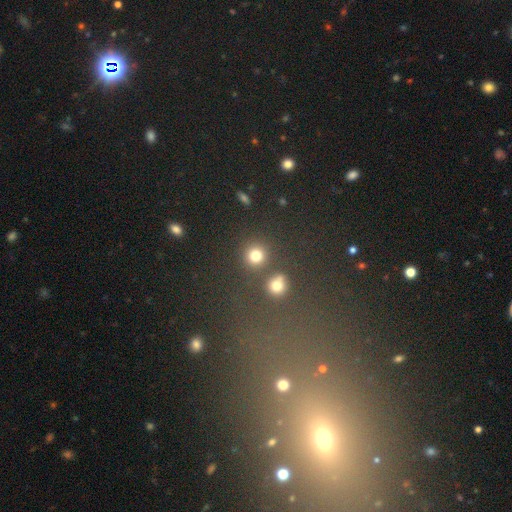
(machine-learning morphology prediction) Smooth or featured?
  - smooth: 78% *
  - star or artifact: 17%
  - featured or disk: 6%
How rounded?
  - round: 91% *
  - in between: 8%
  - cigar-shaped: 1%
Merging?
  - none: 78% *
  - merger: 11%
  - minor disturbance: 7%
  - major disturbance: 3%